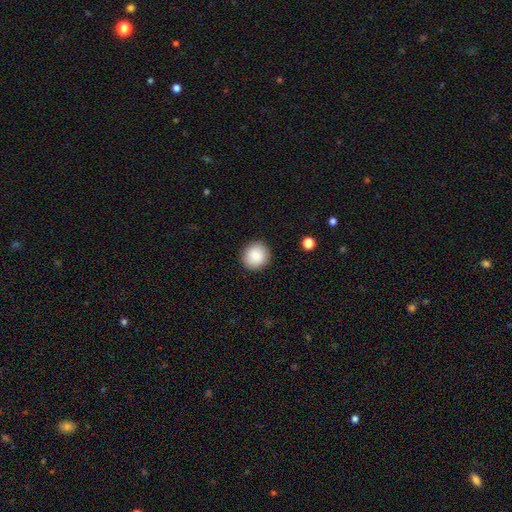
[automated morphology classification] The model was most divided on "smooth or featured": smooth: 87%, star or artifact: 8%, featured or disk: 5%. More confident: merging — none (91%); how rounded — round (90%).